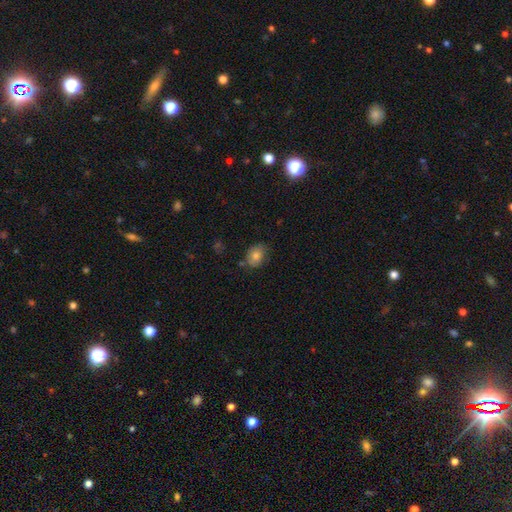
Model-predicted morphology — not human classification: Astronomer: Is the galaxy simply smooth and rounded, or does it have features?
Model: smooth — 80%.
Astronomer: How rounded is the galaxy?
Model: in between — 52% (runner-up: round, 47%).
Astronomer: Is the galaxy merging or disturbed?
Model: none — 69%.